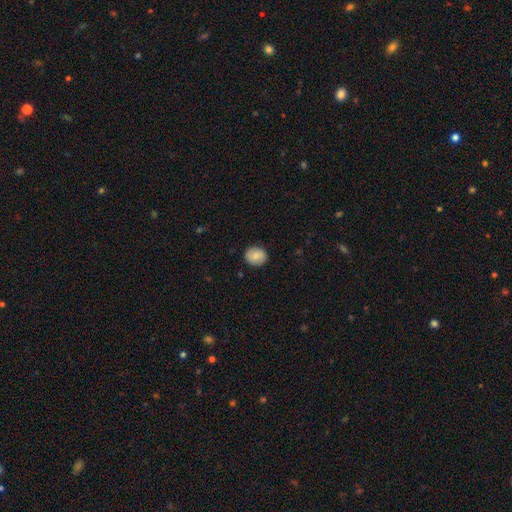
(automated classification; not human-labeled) Morphology: type=smooth (82%); roundness=round (76%); merging=none (89%).